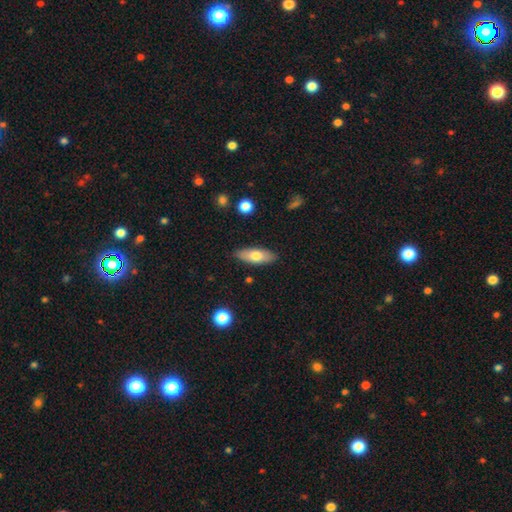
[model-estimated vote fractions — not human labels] This appears to be a smooth galaxy with no disk features (69%) that is in between round and cigar-shaped (69%). Merging: none (87%).